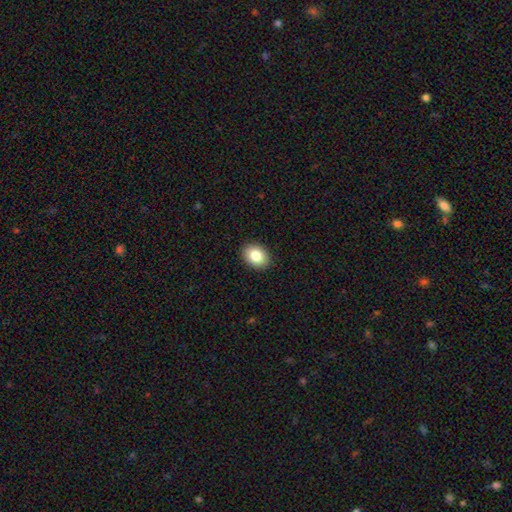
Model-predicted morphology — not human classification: Smooth or featured? smooth (83%)
How rounded? in between (67%)
Merging? none (90%)